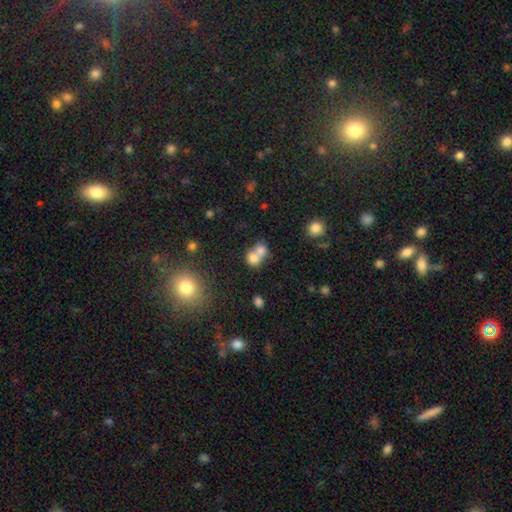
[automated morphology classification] Smooth or featured? smooth (74%)
How rounded? round (64%)
Merging? merger (69%)